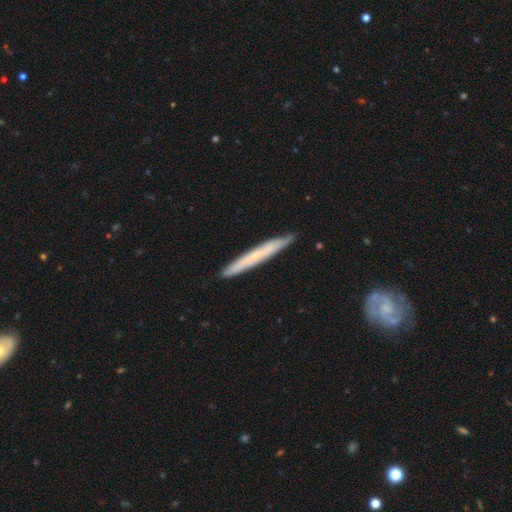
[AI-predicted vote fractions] Q: Smooth or featured?
A: smooth (48%); runner-up: featured or disk (46%)
Q: Merging?
A: none (89%); runner-up: minor disturbance (8%)